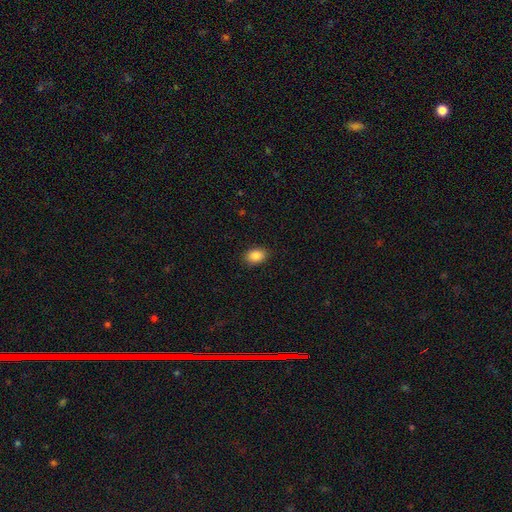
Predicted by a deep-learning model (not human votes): Smooth or featured: smooth — 87% (star or artifact — 8%)
How rounded: in between — 78% (round — 21%)
Merging: none — 88% (minor disturbance — 9%)